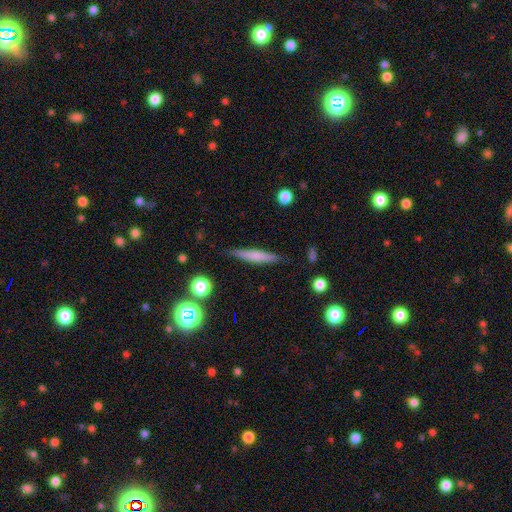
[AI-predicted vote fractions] Overall: smooth (61%; featured or disk 32%). How rounded: cigar-shaped (92%). Merging: none (86%).